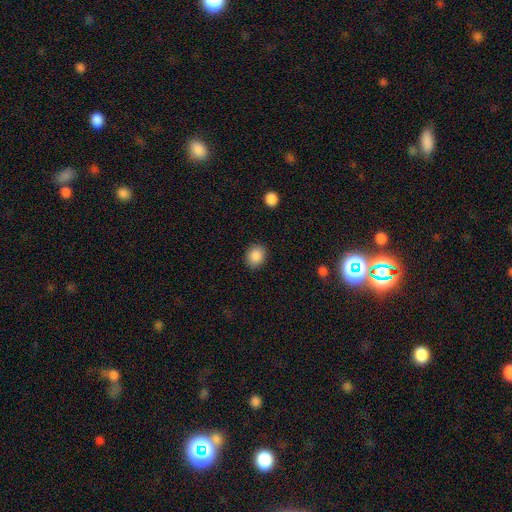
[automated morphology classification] type=smooth (88%); roundness=round (68%); merging=none (89%).